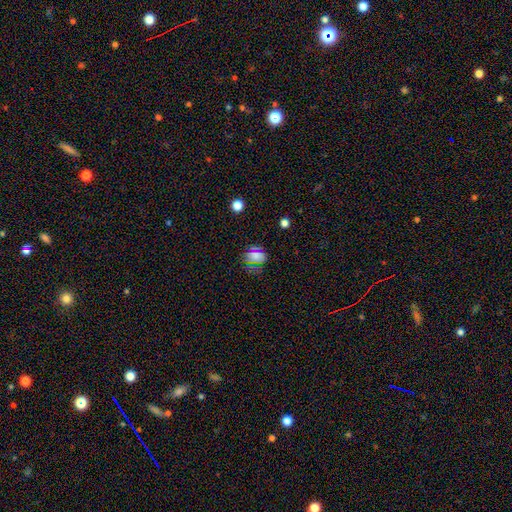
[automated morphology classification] This is likely a smooth galaxy (63%). How rounded: likely round (69%). Merging: likely none (78%).